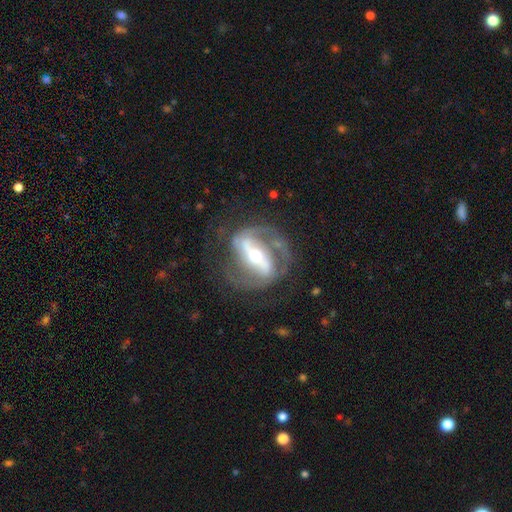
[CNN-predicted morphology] Overall: featured or disk (87%). Edge-on disk: no (94%). Bar: strong (71%). Spiral arms: yes (89%). Spiral arm count: 2 (86%). Spiral winding: medium (50%; tight 29%). Bulge size: moderate (57%; small 36%). Merging: none (67%).